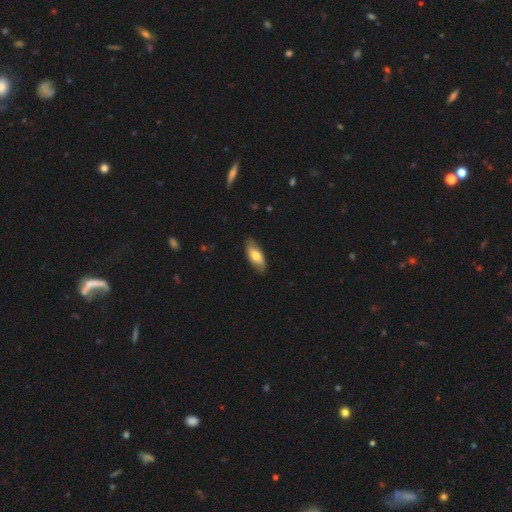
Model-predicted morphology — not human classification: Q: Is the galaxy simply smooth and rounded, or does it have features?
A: smooth — 65%.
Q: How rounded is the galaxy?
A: in between — 81%.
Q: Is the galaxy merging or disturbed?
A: none — 82%.